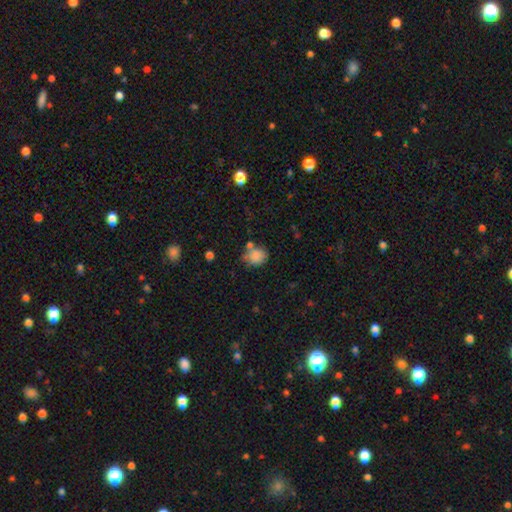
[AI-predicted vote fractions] Q: Smooth or featured?
A: smooth (83%); runner-up: star or artifact (9%)
Q: How rounded?
A: round (66%); runner-up: in between (33%)
Q: Merging?
A: none (59%); runner-up: minor disturbance (20%)